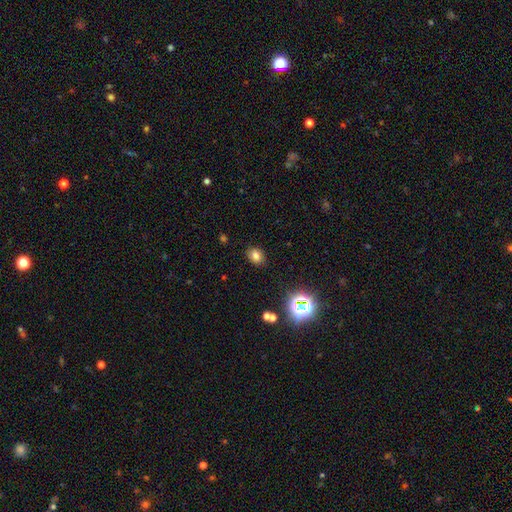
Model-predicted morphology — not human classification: Overall: smooth (76%). How rounded: in between (62%; round 37%). Merging: none (87%).